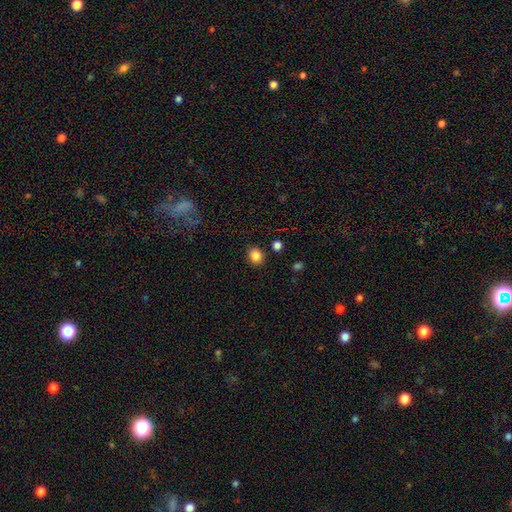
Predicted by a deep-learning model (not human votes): Smooth or featured: smooth — 86% (star or artifact — 10%)
How rounded: round — 61% (in between — 38%)
Merging: none — 85% (minor disturbance — 9%)